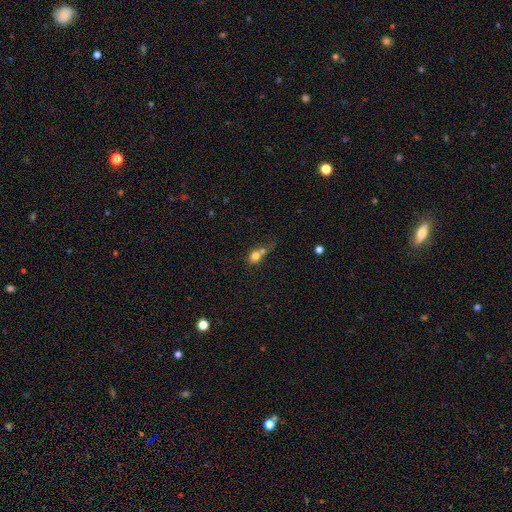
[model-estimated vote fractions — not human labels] The model was most divided on "merging": merger: 51%, none: 28%, minor disturbance: 11%, major disturbance: 10%. More confident: smooth or featured — smooth (74%); how rounded — round (61%).